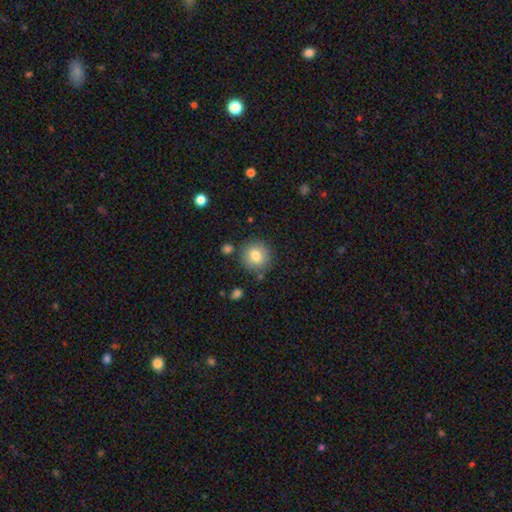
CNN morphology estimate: smooth-or-featured: smooth: 80% | featured or disk: 11% | star or artifact: 9%
  how-rounded: round: 87% | in between: 12% | cigar-shaped: 1%
  merging: none: 82% | minor disturbance: 10% | merger: 4% | major disturbance: 3%